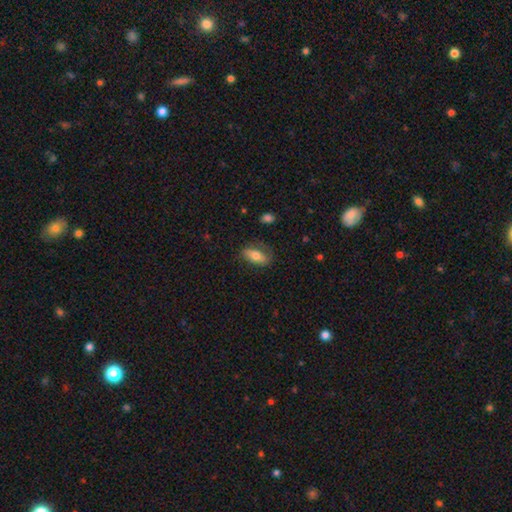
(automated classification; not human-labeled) Smooth or featured?
  - smooth: 69% *
  - featured or disk: 25%
  - star or artifact: 7%
How rounded?
  - in between: 82% *
  - cigar-shaped: 14%
  - round: 4%
Merging?
  - none: 70% *
  - minor disturbance: 21%
  - major disturbance: 8%
  - merger: 2%